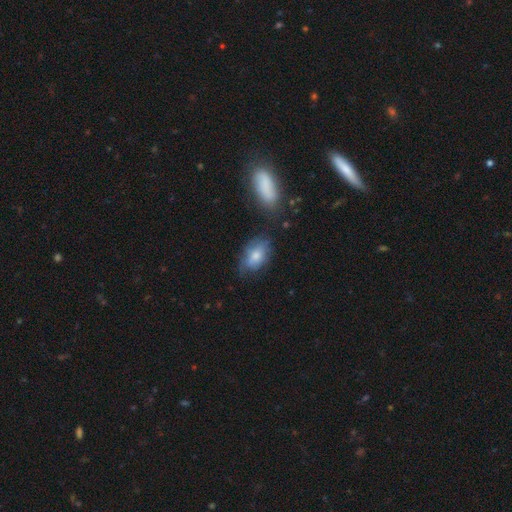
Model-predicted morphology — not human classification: smooth-or-featured: smooth: 73% | featured or disk: 19% | star or artifact: 8%
  how-rounded: in between: 88% | round: 9% | cigar-shaped: 3%
  merging: none: 57% | minor disturbance: 28% | major disturbance: 10% | merger: 5%